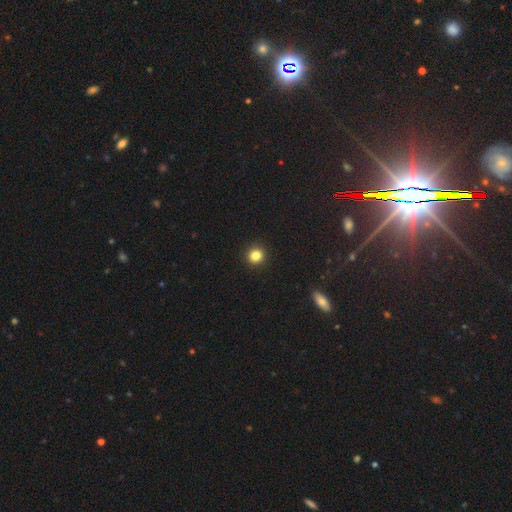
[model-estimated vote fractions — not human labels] A smooth galaxy with no disk features (84%) that is round (93%).

Vote fractions:
- Smooth or featured? smooth: 84% / star or artifact: 12% / featured or disk: 4%
- How rounded? round: 93% / in between: 6% / cigar-shaped: 1%
- Merging? none: 93% / minor disturbance: 4% / major disturbance: 2% / merger: 1%